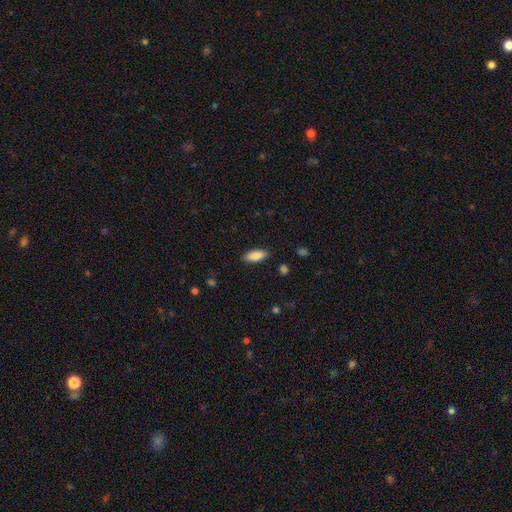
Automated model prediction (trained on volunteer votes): Smooth or featured? smooth (87%)
How rounded? in between (76%)
Merging? none (88%)